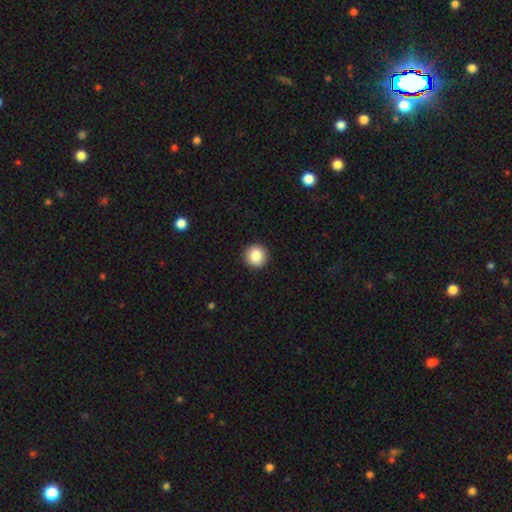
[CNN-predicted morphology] smooth 87%, star or artifact 9%, featured or disk 4%. Down the decision tree: how rounded — round (95%); merging — none (93%).